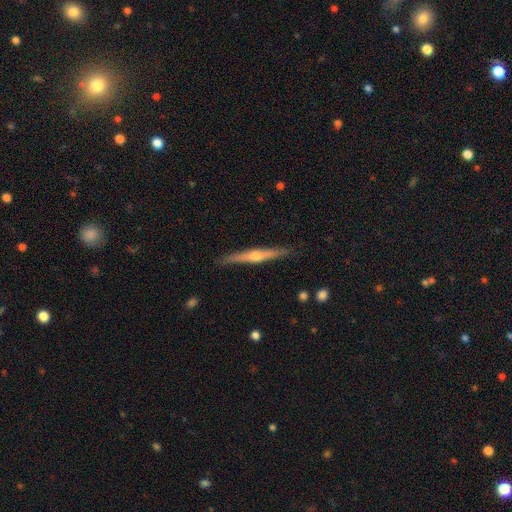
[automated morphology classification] This is likely a featured or disk galaxy (72%). It is clearly viewed edge-on (98%). Edge-on bulge: clearly rounded (87%). Merging: clearly none (90%).